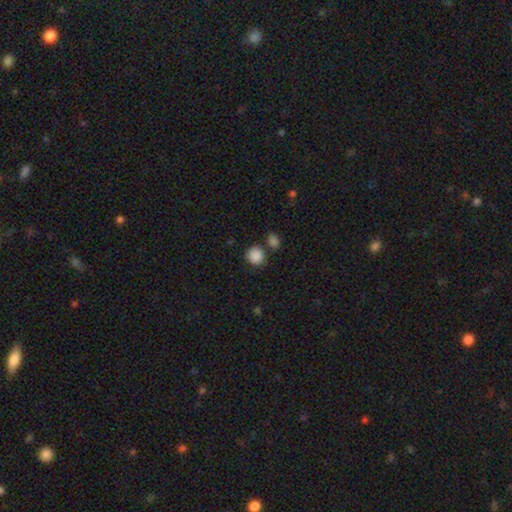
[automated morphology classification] This appears to be a smooth galaxy with no disk features (88%) that is round (88%). Merging: none (73%).